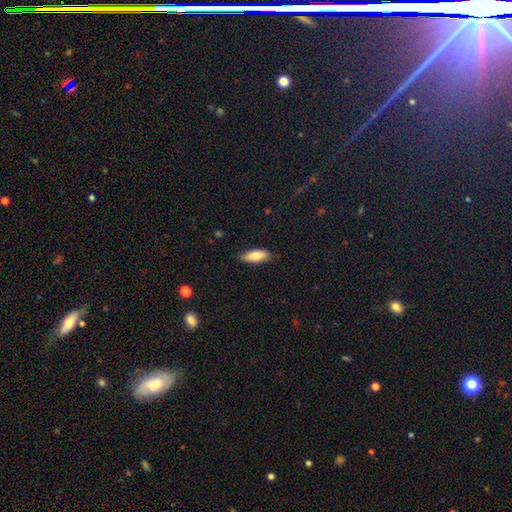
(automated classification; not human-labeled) Morphology: type=smooth (82%); roundness=in between (74%); merging=none (82%).